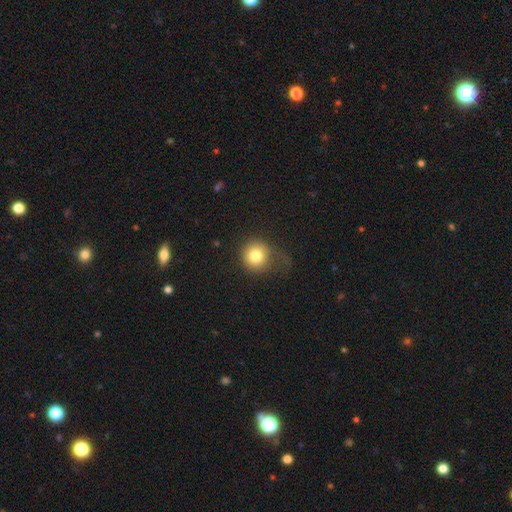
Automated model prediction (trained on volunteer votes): smooth_or_featured: smooth (p=0.80) [alt: star or artifact p=0.10]
how_rounded: round (p=0.91) [alt: in between p=0.08]
merging: none (p=0.56) [alt: minor disturbance p=0.22]